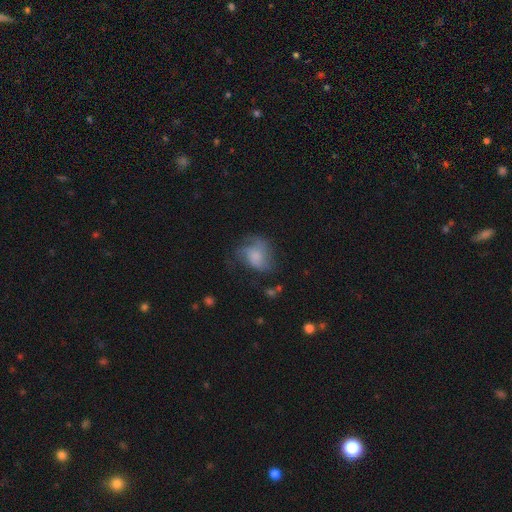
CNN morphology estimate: type=smooth (55%); roundness=in between (58%); merging=none (36%).